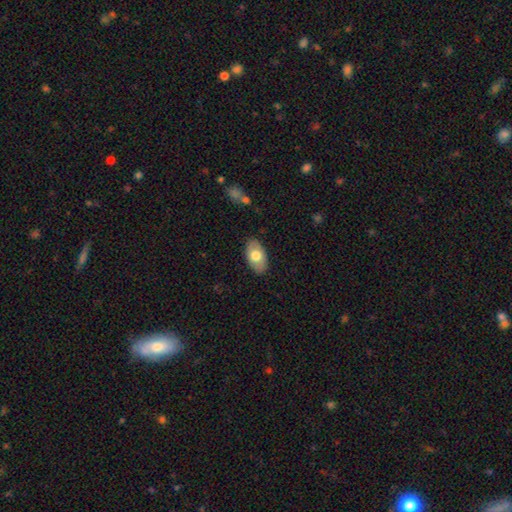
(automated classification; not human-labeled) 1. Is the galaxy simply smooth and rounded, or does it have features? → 71% smooth, 24% featured or disk, 6% star or artifact.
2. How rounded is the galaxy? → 94% in between, 5% round, 2% cigar-shaped.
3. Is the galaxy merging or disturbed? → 86% none, 11% minor disturbance, 2% major disturbance, 1% merger.